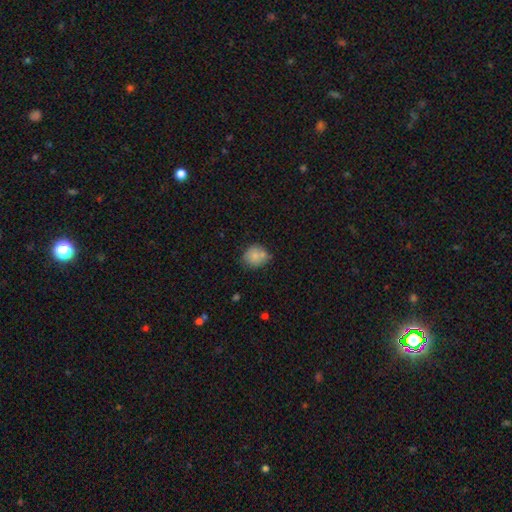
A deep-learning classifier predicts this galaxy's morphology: Overall: smooth (77%). How rounded: round (75%). Merging: none (56%; minor disturbance 22%).